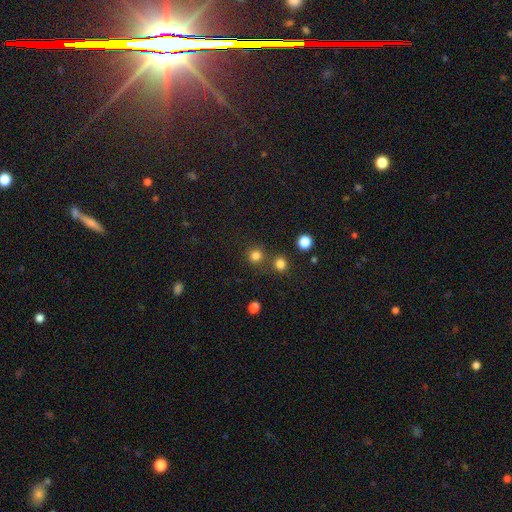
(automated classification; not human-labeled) A smooth galaxy with no disk features (80%) that is round (93%).

Vote fractions:
- Smooth or featured? smooth: 80% / star or artifact: 16% / featured or disk: 5%
- How rounded? round: 93% / in between: 6% / cigar-shaped: 1%
- Merging? none: 76% / merger: 13% / minor disturbance: 7% / major disturbance: 3%